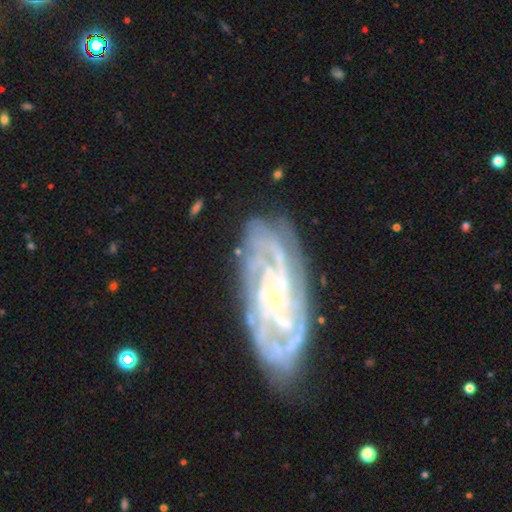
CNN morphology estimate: Q: Smooth or featured?
A: featured or disk (87%); runner-up: smooth (7%)
Q: Edge-on disk?
A: no (93%); runner-up: yes (7%)
Q: Bar?
A: no (63%); runner-up: weak (26%)
Q: Spiral arms?
A: yes (97%); runner-up: no (3%)
Q: Spiral winding?
A: tight (71%); runner-up: medium (25%)
Q: Spiral arm count?
A: can't tell (25%); runner-up: 4 (23%)
Q: Bulge size?
A: small (81%); runner-up: moderate (12%)
Q: Merging?
A: none (77%); runner-up: minor disturbance (16%)